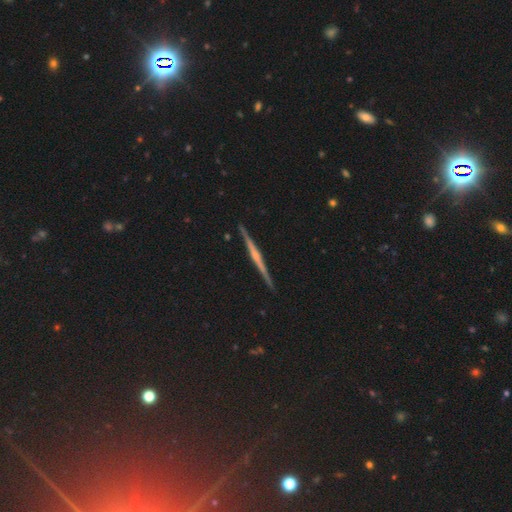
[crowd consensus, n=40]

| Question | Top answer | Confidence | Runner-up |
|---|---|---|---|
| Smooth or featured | featured or disk | 82% | smooth (15%) |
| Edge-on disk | yes | 100% | — |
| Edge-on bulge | rounded | 52% | boxy (27%) |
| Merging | none | 90% | minor disturbance (10%) |